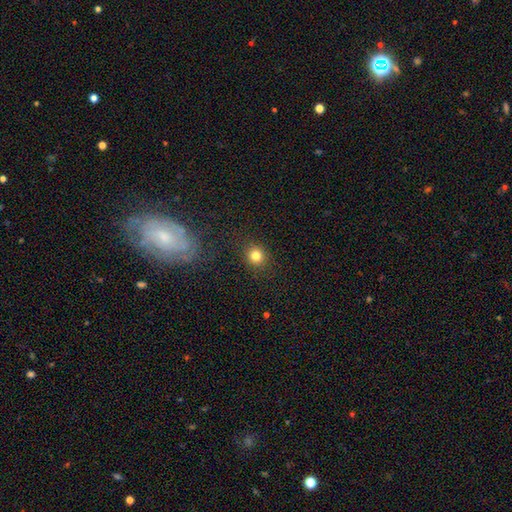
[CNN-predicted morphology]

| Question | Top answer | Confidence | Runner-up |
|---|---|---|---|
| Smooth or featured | smooth | 81% | star or artifact (13%) |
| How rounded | round | 87% | in between (12%) |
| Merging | none | 89% | minor disturbance (7%) |